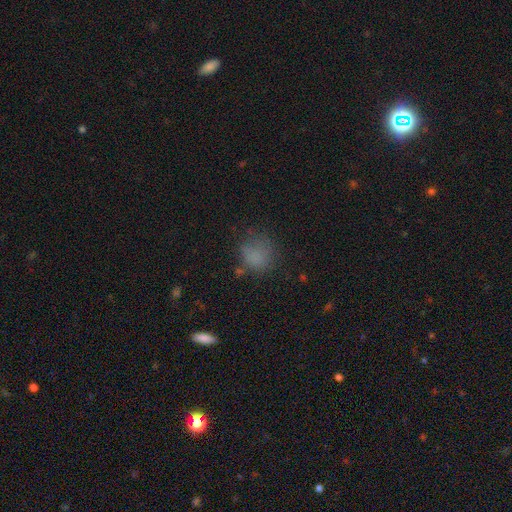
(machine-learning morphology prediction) This appears to be a smooth galaxy with no disk features (74%) that is round (71%). Merging: none (55%).